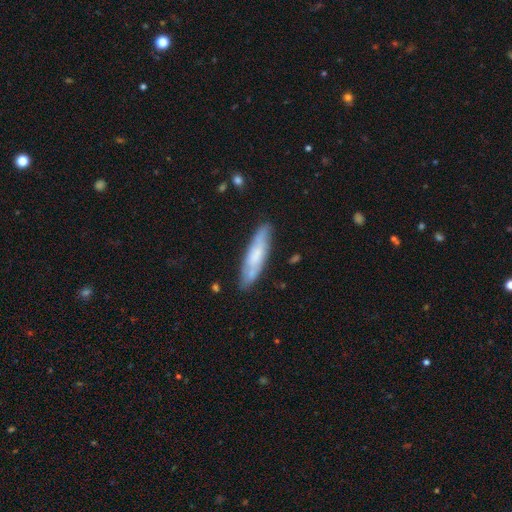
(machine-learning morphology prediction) Smooth or featured? Predicted: smooth (p=0.55). How rounded? Predicted: cigar-shaped (p=0.72). Merging? Predicted: none (p=0.80).